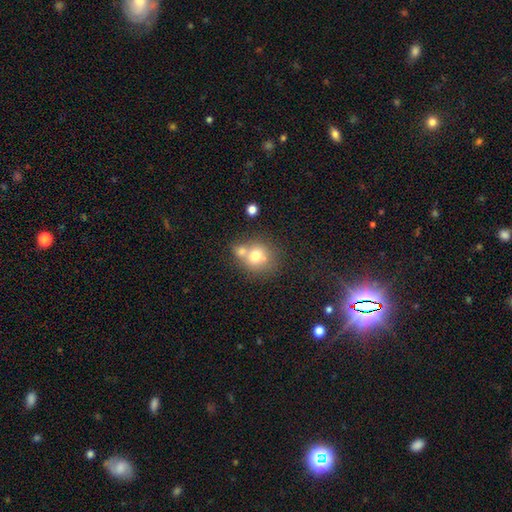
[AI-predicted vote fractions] Smooth or featured? smooth (71%)
How rounded? round (79%)
Merging? merger (44%)